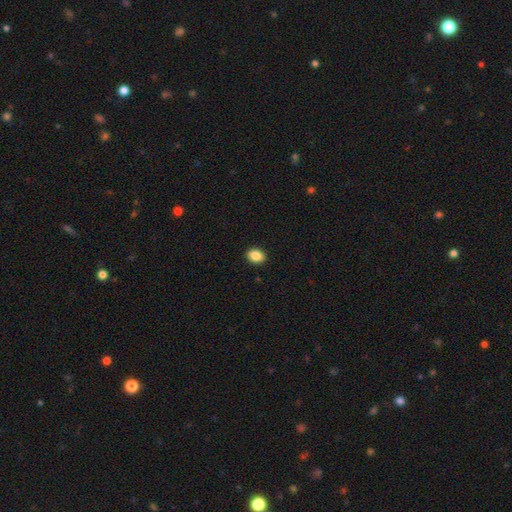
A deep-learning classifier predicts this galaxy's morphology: Smooth or featured? Predicted: smooth (p=0.88). How rounded? Predicted: in between (p=0.58). Merging? Predicted: none (p=0.92).